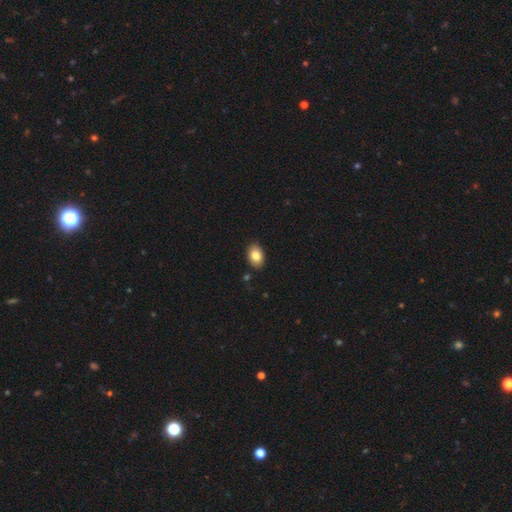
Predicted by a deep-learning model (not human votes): Morphology: type=smooth (83%); roundness=in between (84%); merging=none (89%).